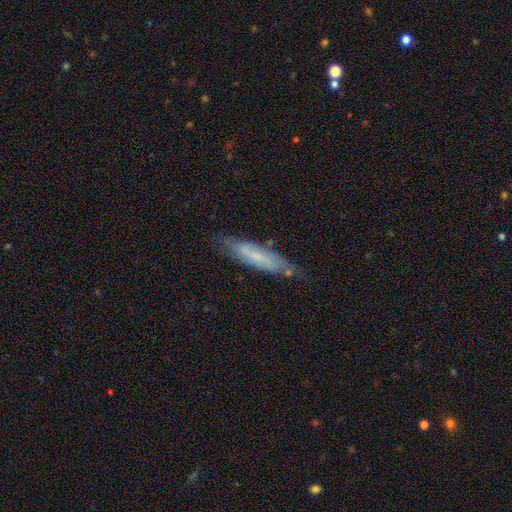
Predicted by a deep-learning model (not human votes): Morphology: type=smooth (51%); roundness=cigar-shaped (81%); merging=none (75%).